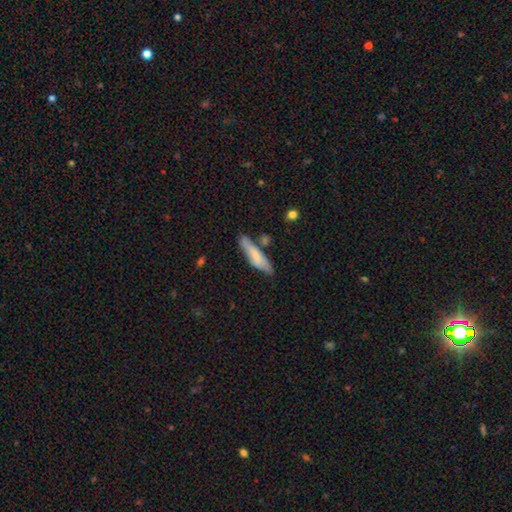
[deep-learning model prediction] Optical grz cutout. It shows a smooth galaxy with no disk features (67%) that is cigar-shaped (72%). Merging: none (69%).